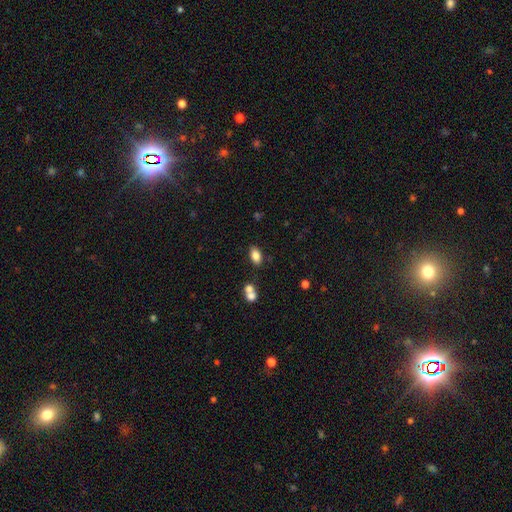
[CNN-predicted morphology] The model was most divided on "merging": none: 79%, minor disturbance: 10%, merger: 7%, major disturbance: 3%. More confident: how rounded — in between (90%); smooth or featured — smooth (83%).